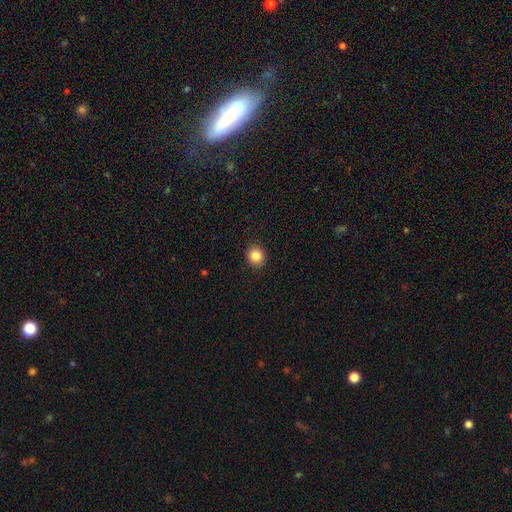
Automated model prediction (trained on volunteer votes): smooth-or-featured: smooth: 85% | star or artifact: 10% | featured or disk: 5%
  how-rounded: round: 80% | in between: 19% | cigar-shaped: 1%
  merging: none: 91% | minor disturbance: 6% | major disturbance: 2% | merger: 1%